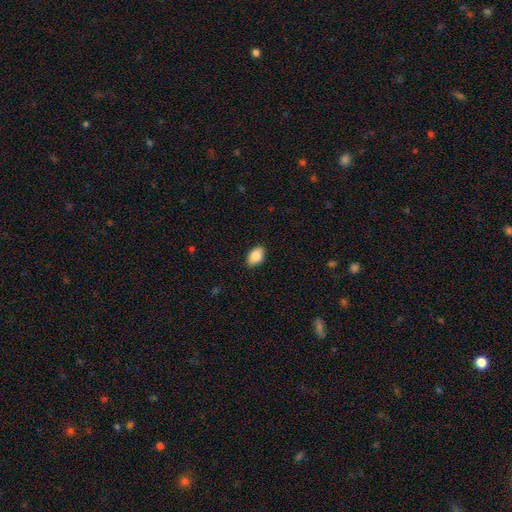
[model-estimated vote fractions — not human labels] Q: Smooth or featured?
A: smooth (86%); runner-up: star or artifact (7%)
Q: How rounded?
A: in between (89%); runner-up: round (9%)
Q: Merging?
A: none (87%); runner-up: minor disturbance (10%)